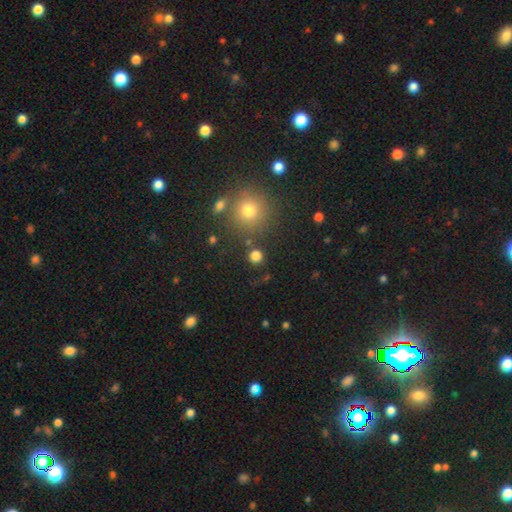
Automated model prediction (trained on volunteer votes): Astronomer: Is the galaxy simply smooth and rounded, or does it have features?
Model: smooth — 79%.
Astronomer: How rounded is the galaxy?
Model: round — 92%.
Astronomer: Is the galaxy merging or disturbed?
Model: none — 83%.